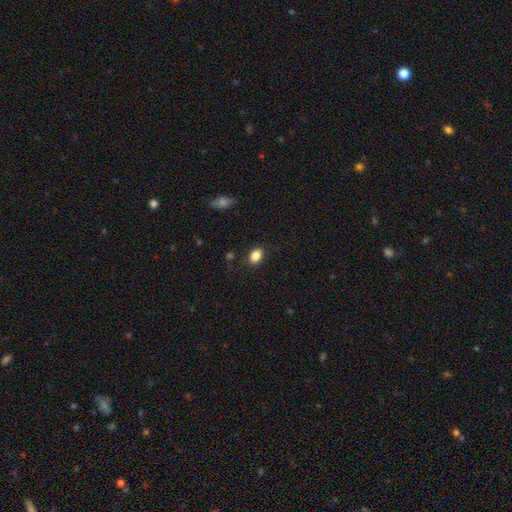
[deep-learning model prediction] smooth 85%, star or artifact 10%, featured or disk 5%. Down the decision tree: how rounded — in between (77%); merging — none (85%).